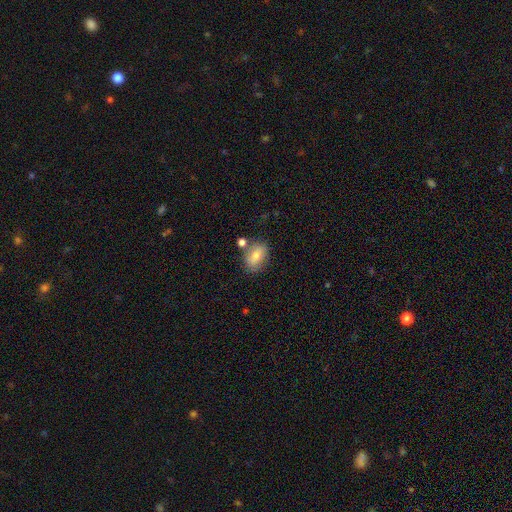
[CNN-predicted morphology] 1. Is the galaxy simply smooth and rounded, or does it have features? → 72% smooth, 20% featured or disk, 8% star or artifact.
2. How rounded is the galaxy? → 75% in between, 23% round, 2% cigar-shaped.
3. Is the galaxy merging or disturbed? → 65% none, 16% minor disturbance, 15% merger, 5% major disturbance.